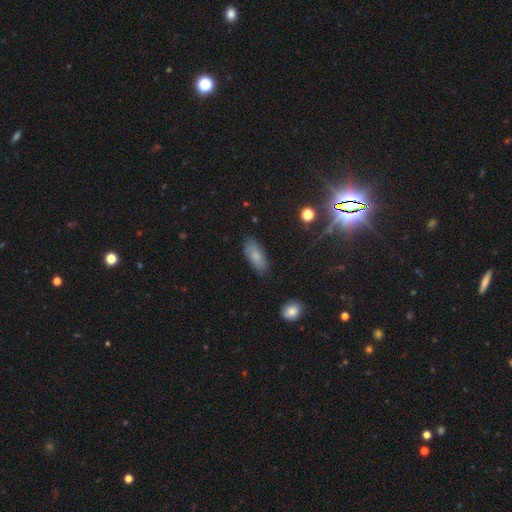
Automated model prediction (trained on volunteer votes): Smooth or featured: smooth — 76% (featured or disk — 15%)
How rounded: in between — 84% (cigar-shaped — 13%)
Merging: none — 79% (minor disturbance — 16%)